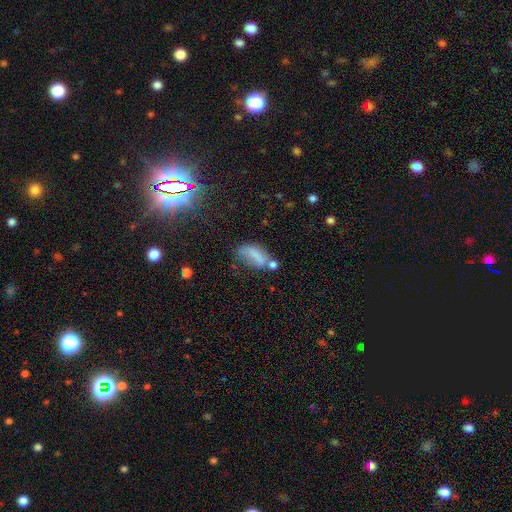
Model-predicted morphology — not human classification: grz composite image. It shows a smooth galaxy with no disk features (70%) that is in between round and cigar-shaped (88%). Merging: none (35%).